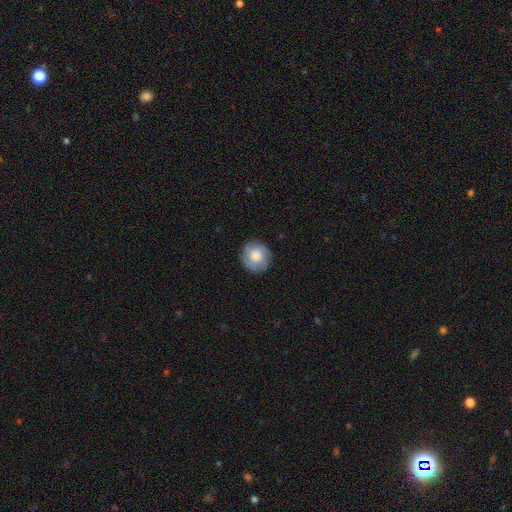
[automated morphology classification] This appears to be a smooth galaxy with no disk features (71%) that is round (90%). Merging: none (85%).